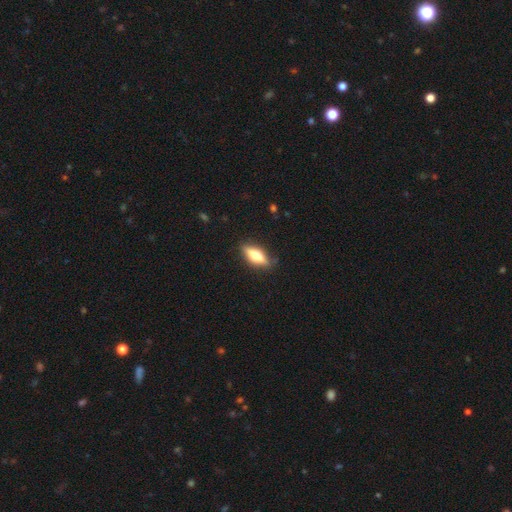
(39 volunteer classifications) Smooth or featured? 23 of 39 (59%) said smooth. How rounded? 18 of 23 (78%) said in between. Merging? 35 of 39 (90%) said none.